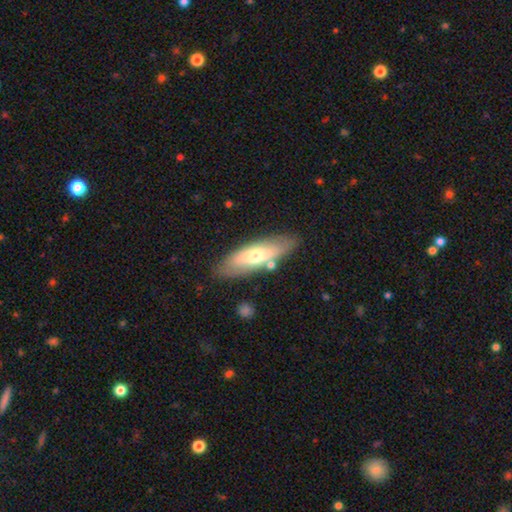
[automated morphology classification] Overall: smooth (52%; featured or disk 42%). How rounded: in between (55%; cigar-shaped 42%). Merging: none (79%).